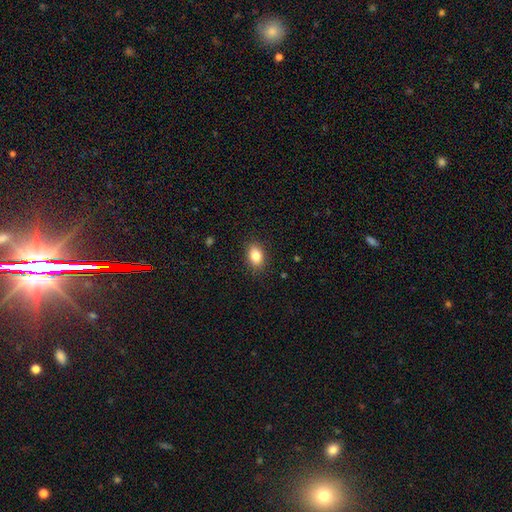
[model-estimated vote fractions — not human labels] A smooth galaxy with no disk features (84%) that is in between round and cigar-shaped (81%).

Vote fractions:
- Smooth or featured? smooth: 84% / star or artifact: 9% / featured or disk: 7%
- How rounded? in between: 81% / round: 18% / cigar-shaped: 1%
- Merging? none: 88% / minor disturbance: 9% / major disturbance: 2% / merger: 1%